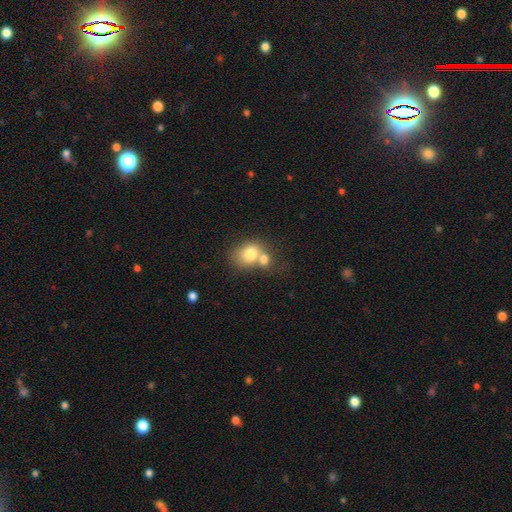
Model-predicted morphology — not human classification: A smooth galaxy with no disk features (73%) that is in between round and cigar-shaped (50%).

Vote fractions:
- Smooth or featured? smooth: 73% / featured or disk: 16% / star or artifact: 11%
- How rounded? in between: 50% / round: 49% / cigar-shaped: 1%
- Merging? merger: 55% / none: 31% / minor disturbance: 9% / major disturbance: 4%